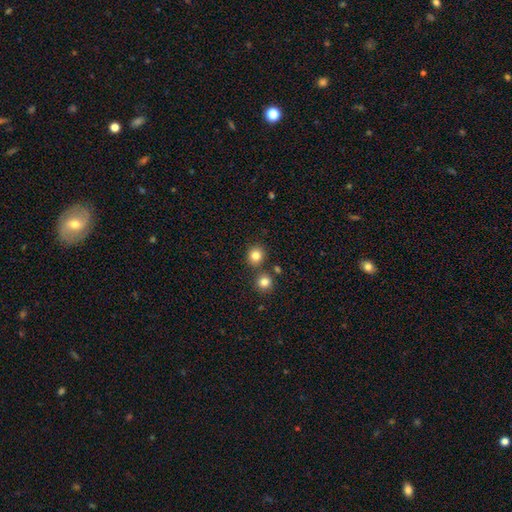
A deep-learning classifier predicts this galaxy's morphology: smooth 82%, star or artifact 12%, featured or disk 6%. Down the decision tree: how rounded — round (88%); merging — none (79%).